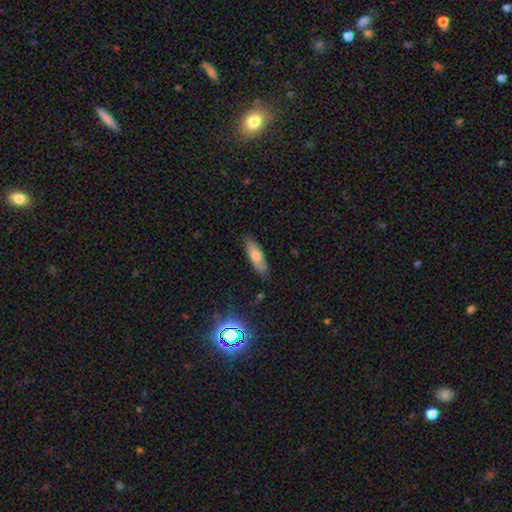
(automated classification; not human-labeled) A smooth galaxy with no disk features (69%) that is in between round and cigar-shaped (56%). Merging: none (83%).